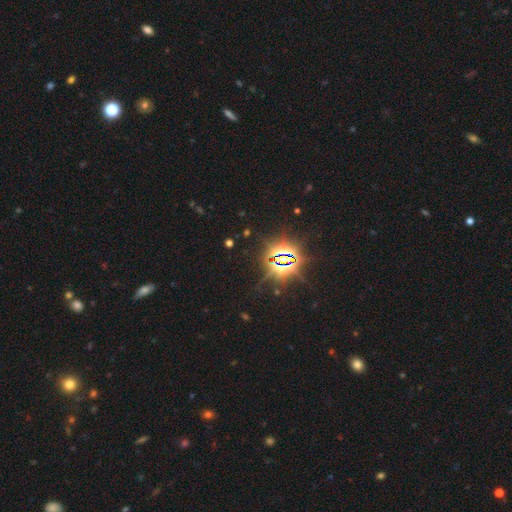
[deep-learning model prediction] star or artifact 83%, smooth 11%, featured or disk 6%.